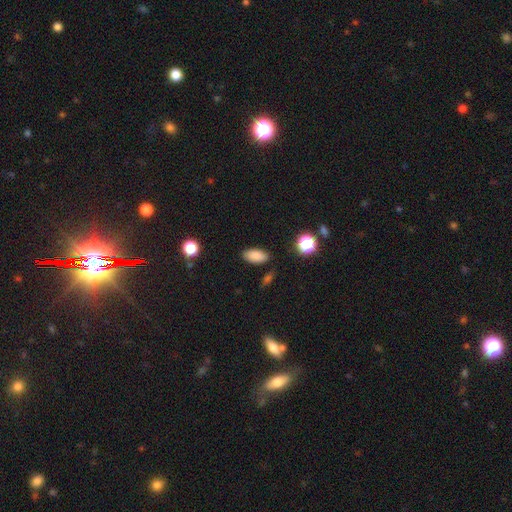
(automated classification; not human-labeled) A smooth galaxy with no disk features (86%) that is in between round and cigar-shaped (90%).

Vote fractions:
- Smooth or featured? smooth: 86% / star or artifact: 10% / featured or disk: 5%
- How rounded? in between: 90% / cigar-shaped: 5% / round: 4%
- Merging? none: 85% / minor disturbance: 10% / major disturbance: 3% / merger: 2%